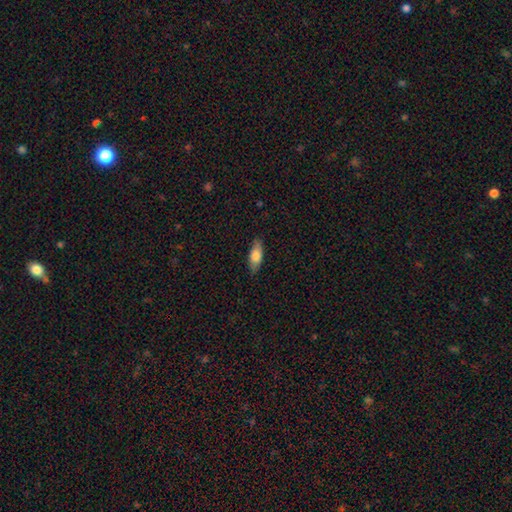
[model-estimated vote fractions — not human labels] Q: Smooth or featured?
A: smooth (75%); runner-up: featured or disk (19%)
Q: How rounded?
A: in between (75%); runner-up: cigar-shaped (23%)
Q: Merging?
A: none (86%); runner-up: minor disturbance (11%)